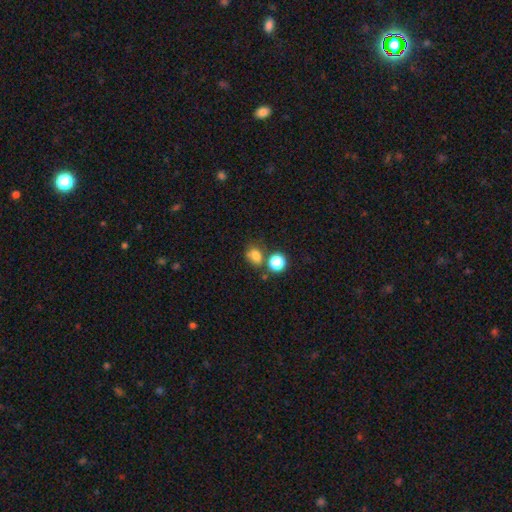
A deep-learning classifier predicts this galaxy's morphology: smooth 76%, star or artifact 15%, featured or disk 9%. Down the decision tree: how rounded — round (53%); merging — none (56%).